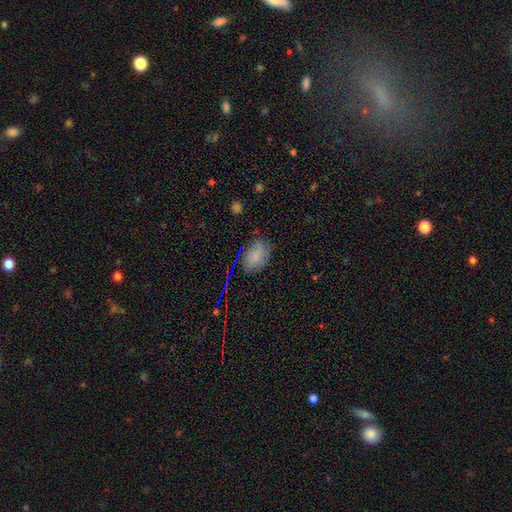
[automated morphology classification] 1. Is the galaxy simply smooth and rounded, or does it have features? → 72% smooth, 15% featured or disk, 13% star or artifact.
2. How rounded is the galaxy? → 85% in between, 14% round, 2% cigar-shaped.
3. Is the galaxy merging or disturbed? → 73% none, 20% minor disturbance, 5% major disturbance, 2% merger.